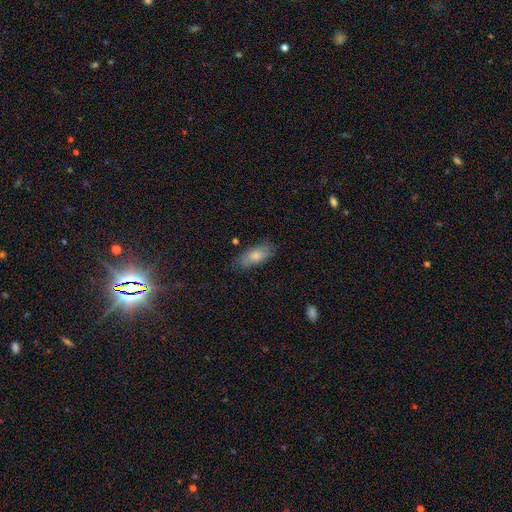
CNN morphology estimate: A smooth galaxy with no disk features (75%) that is in between round and cigar-shaped (83%).

Vote fractions:
- Smooth or featured? smooth: 75% / featured or disk: 18% / star or artifact: 7%
- How rounded? in between: 83% / cigar-shaped: 15% / round: 3%
- Merging? none: 75% / minor disturbance: 19% / major disturbance: 5% / merger: 2%